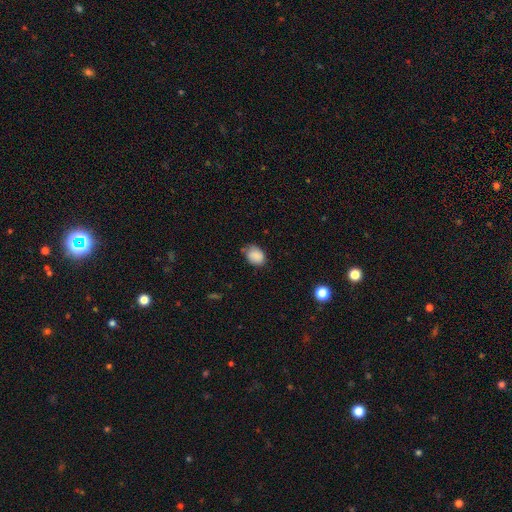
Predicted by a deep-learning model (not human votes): A smooth galaxy with no disk features (86%) that is in between round and cigar-shaped (59%). Merging: none (62%).